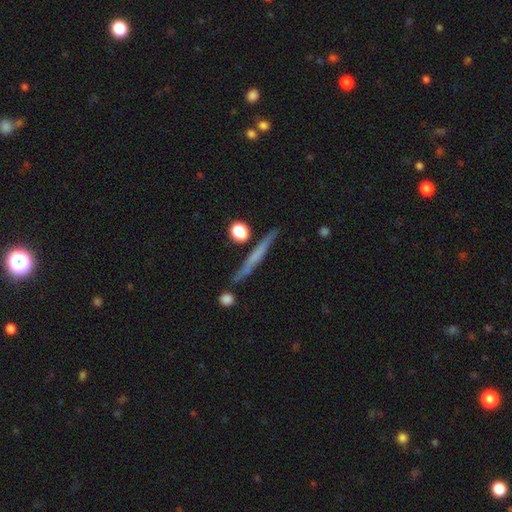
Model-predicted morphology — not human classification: Smooth or featured? Predicted: featured or disk (p=0.51). Edge-on disk? Predicted: yes (p=0.95). Merging? Predicted: none (p=0.82).